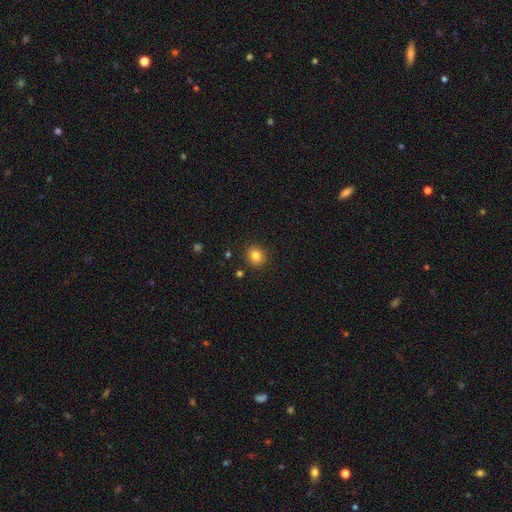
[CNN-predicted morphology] smooth-or-featured: smooth: 83% | star or artifact: 11% | featured or disk: 6%
  how-rounded: round: 80% | in between: 19% | cigar-shaped: 1%
  merging: none: 90% | minor disturbance: 7% | major disturbance: 2% | merger: 2%